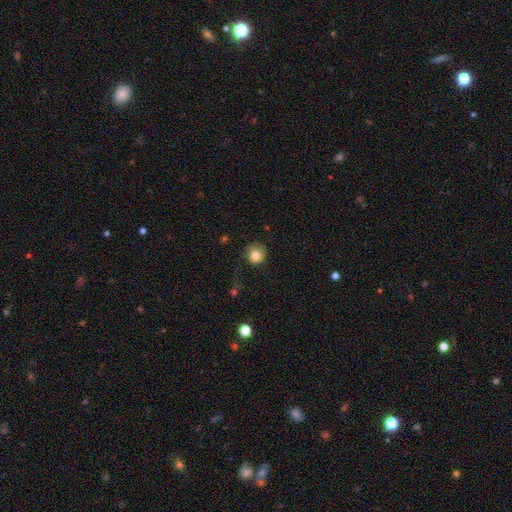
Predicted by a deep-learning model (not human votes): Q: Smooth or featured?
A: smooth (79%); runner-up: featured or disk (11%)
Q: How rounded?
A: round (89%); runner-up: in between (10%)
Q: Merging?
A: none (63%); runner-up: minor disturbance (22%)